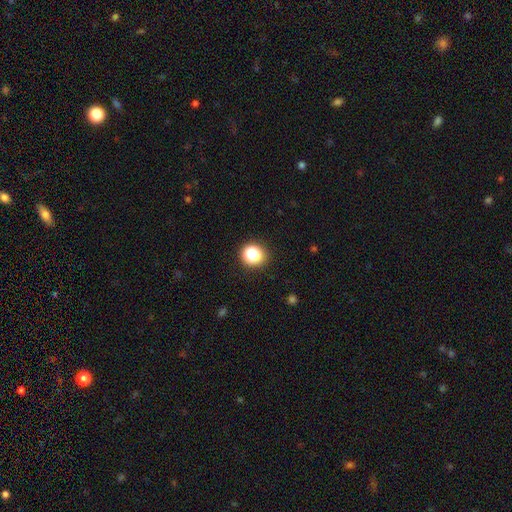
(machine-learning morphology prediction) smooth-or-featured: smooth: 77% | star or artifact: 17% | featured or disk: 6%
  how-rounded: round: 87% | in between: 12% | cigar-shaped: 1%
  merging: none: 83% | minor disturbance: 9% | merger: 4% | major disturbance: 4%